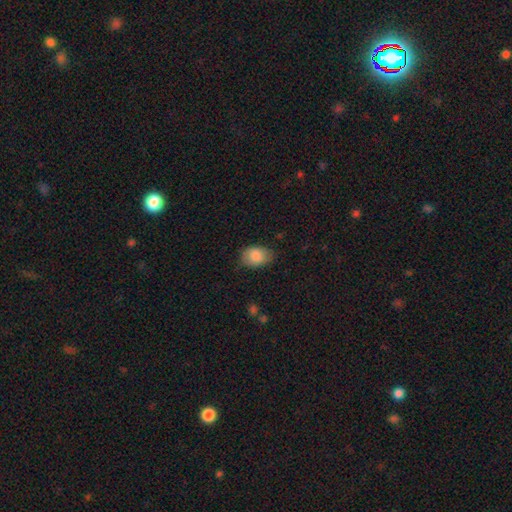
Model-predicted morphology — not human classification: Q: Smooth or featured?
A: smooth (85%); runner-up: featured or disk (8%)
Q: How rounded?
A: in between (82%); runner-up: round (17%)
Q: Merging?
A: none (73%); runner-up: minor disturbance (22%)